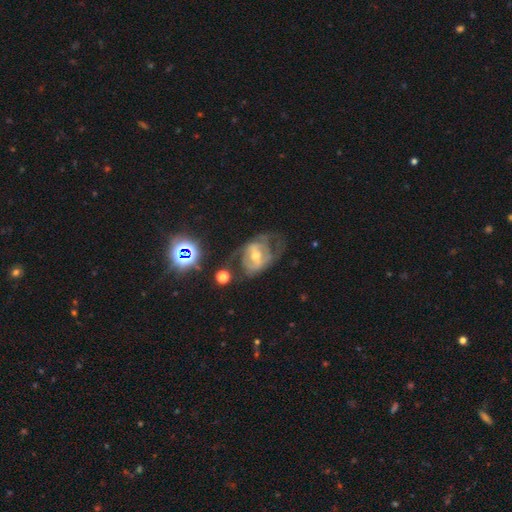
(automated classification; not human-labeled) Smooth or featured? featured or disk (72%)
Edge-on disk? no (95%)
Bar? weak (38%)
Spiral arms? yes (63%)
Bulge size? moderate (62%)
Merging? none (43%)